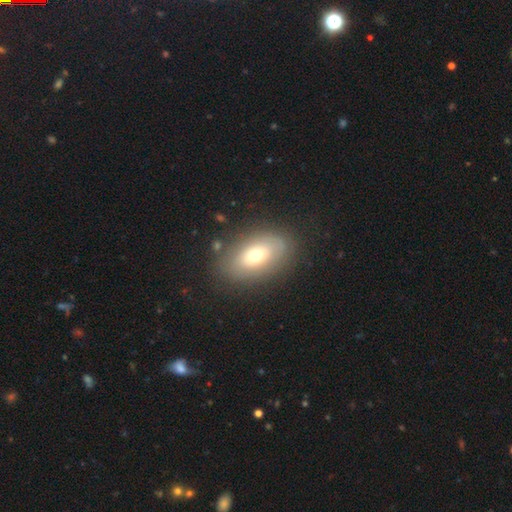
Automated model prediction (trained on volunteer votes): Morphology: type=smooth (58%); roundness=in between (87%); merging=none (80%).